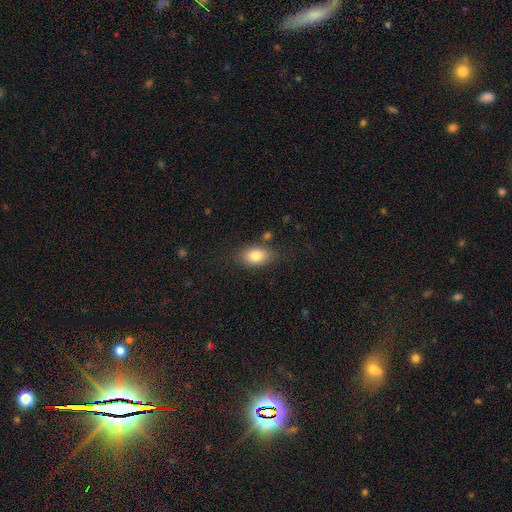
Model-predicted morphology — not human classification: Smooth or featured?
  - smooth: 81% *
  - featured or disk: 11%
  - star or artifact: 8%
How rounded?
  - in between: 83% *
  - round: 14%
  - cigar-shaped: 2%
Merging?
  - none: 78% *
  - minor disturbance: 14%
  - major disturbance: 4%
  - merger: 4%